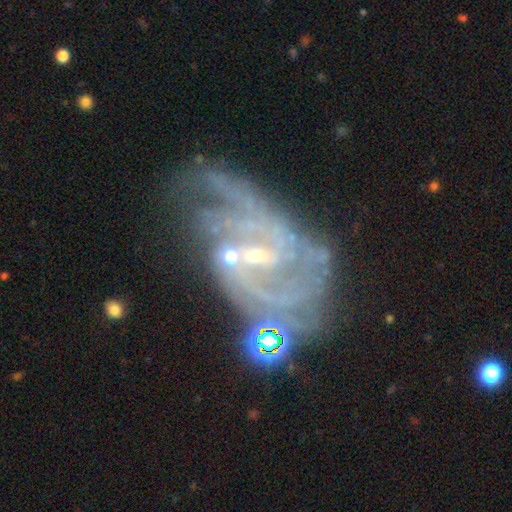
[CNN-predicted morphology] featured or disk 85%, star or artifact 9%, smooth 6%. Down the decision tree: edge-on disk — no (96%); bar — weak (48%); spiral arms — yes (93%); spiral arm count — 2 (37%); spiral winding — medium (43%); bulge size — small (73%); merging — none (50%).